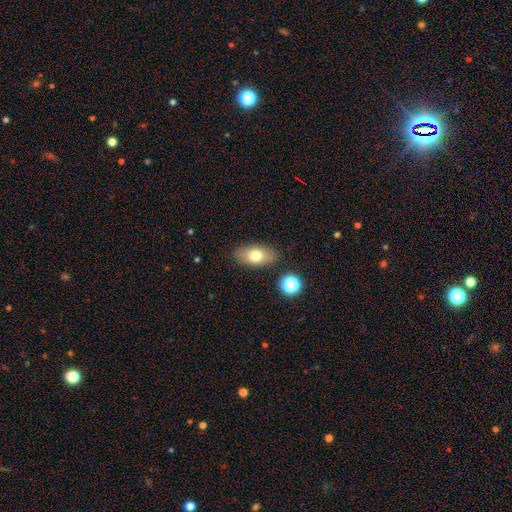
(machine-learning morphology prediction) Smooth or featured? smooth (73%)
How rounded? in between (89%)
Merging? none (85%)